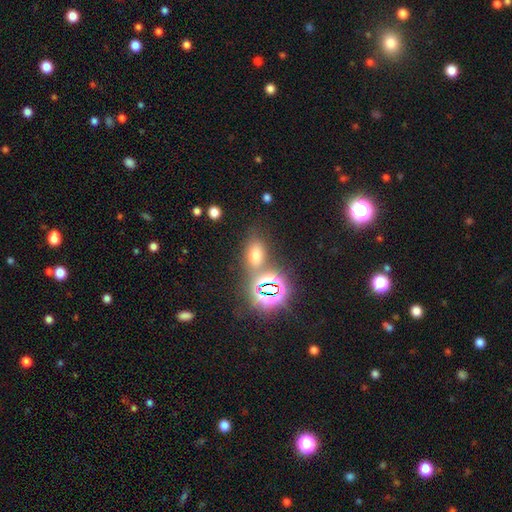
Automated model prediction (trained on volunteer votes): Smooth or featured? Predicted: smooth (p=0.56). How rounded? Predicted: in between (p=0.79). Merging? Predicted: none (p=0.69).